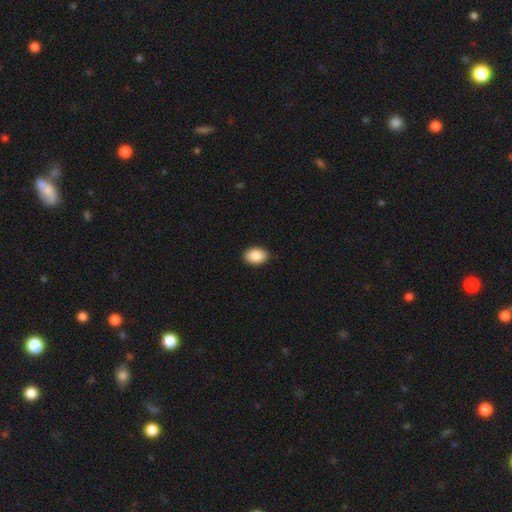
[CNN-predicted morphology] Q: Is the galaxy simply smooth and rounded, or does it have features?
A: smooth — 88%.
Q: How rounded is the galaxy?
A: in between — 85%.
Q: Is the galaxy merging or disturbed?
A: none — 89%.